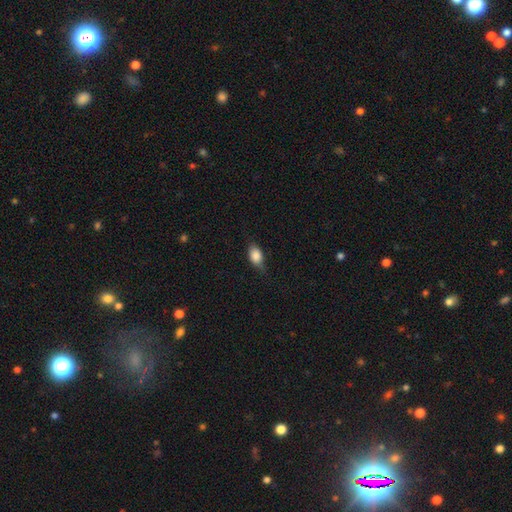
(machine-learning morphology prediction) smooth-or-featured: smooth: 82% | featured or disk: 10% | star or artifact: 8%
  how-rounded: in between: 84% | round: 11% | cigar-shaped: 4%
  merging: none: 67% | minor disturbance: 27% | major disturbance: 5% | merger: 1%